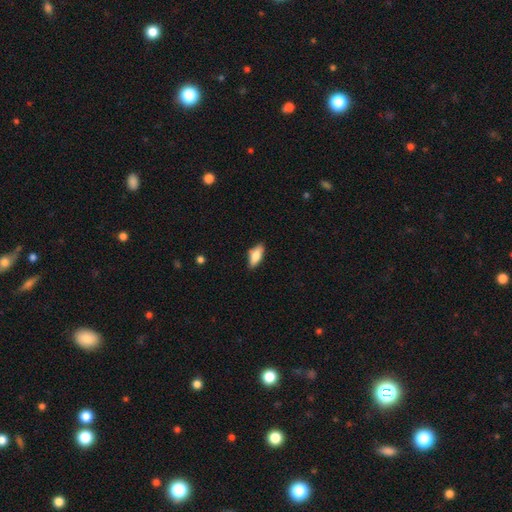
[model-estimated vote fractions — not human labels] smooth 78%, featured or disk 15%, star or artifact 7%. Down the decision tree: how rounded — in between (78%); merging — none (79%).